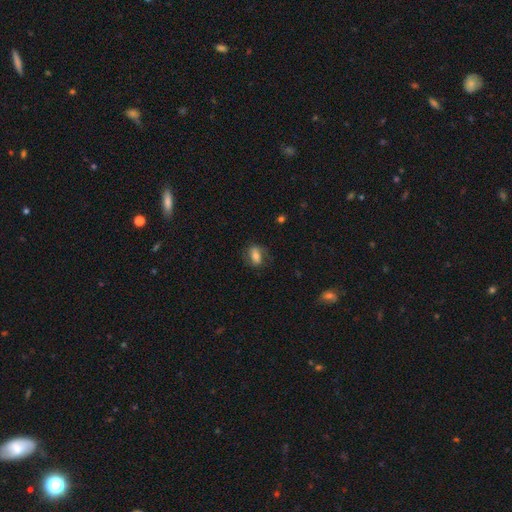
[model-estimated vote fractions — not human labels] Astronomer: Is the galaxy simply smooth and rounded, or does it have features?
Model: smooth — 65%.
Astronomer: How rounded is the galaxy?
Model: in between — 80%.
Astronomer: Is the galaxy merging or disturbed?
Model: none — 68%.